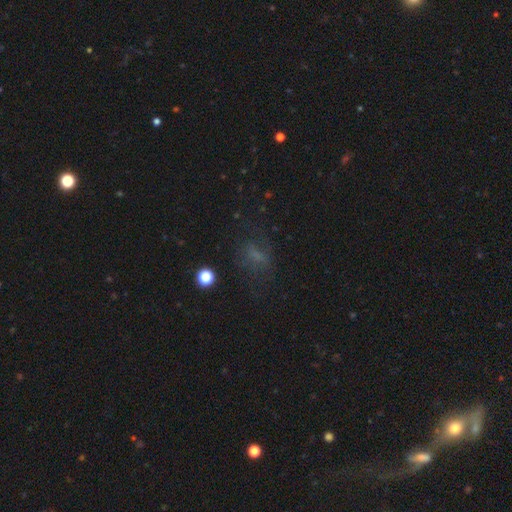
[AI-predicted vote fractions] The model was most divided on "smooth or featured": smooth: 50%, star or artifact: 29%, featured or disk: 21%. More confident: how rounded — in between (64%); merging — none (61%).